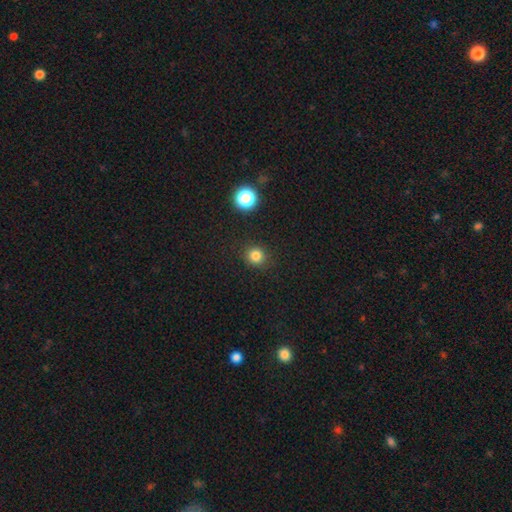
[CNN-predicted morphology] Overall: smooth (81%). How rounded: round (90%). Merging: none (89%).